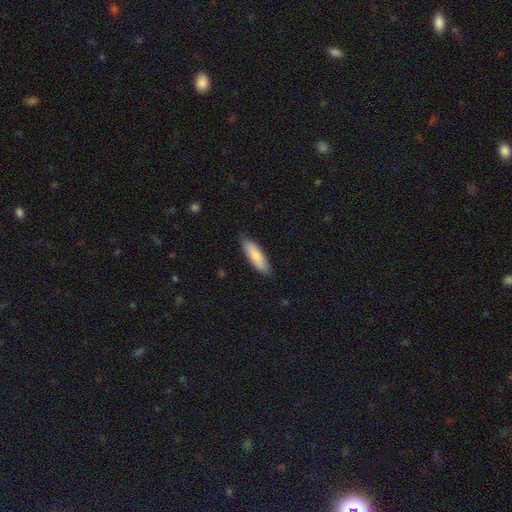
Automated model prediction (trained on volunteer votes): smooth 81%, featured or disk 13%, star or artifact 5%. Down the decision tree: how rounded — cigar-shaped (50%); merging — none (83%).